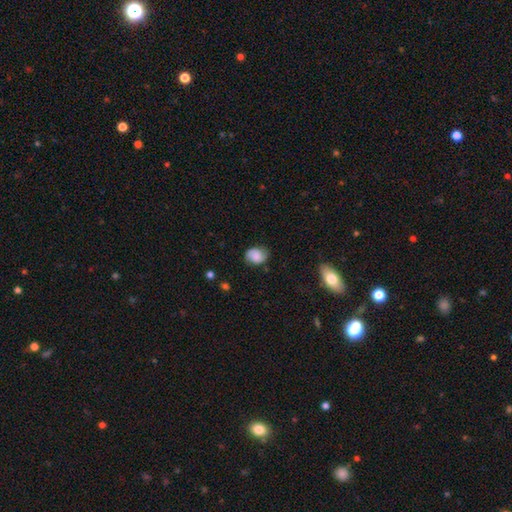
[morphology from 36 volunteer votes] This is likely a smooth galaxy (78%). How rounded: likely in between (79%). Merging: possibly none (47%, tied with minor disturbance).